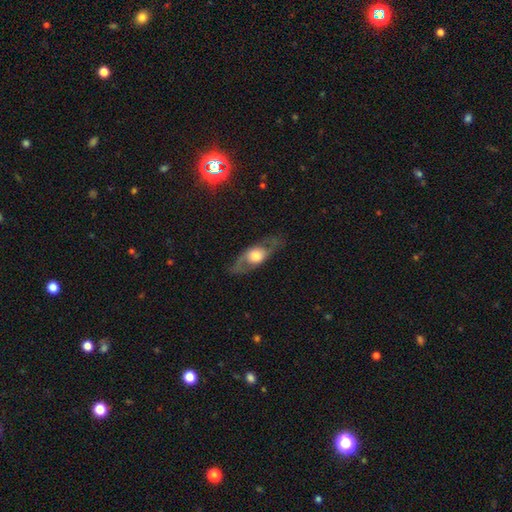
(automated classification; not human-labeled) The model was most divided on "edge-on disk": no: 58%, yes: 42%. More confident: merging — none (75%); smooth or featured — featured or disk (60%).